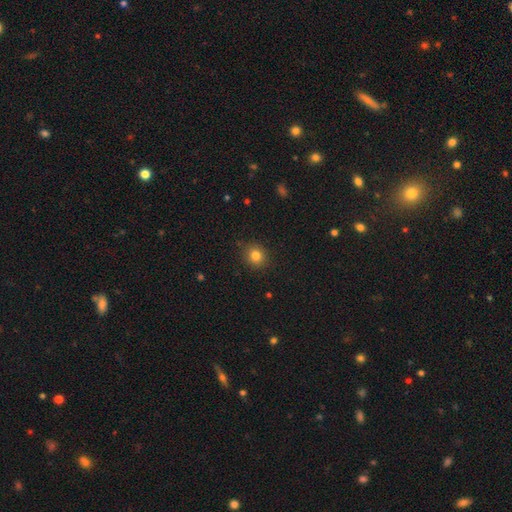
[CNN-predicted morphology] smooth-or-featured: smooth: 82% | star or artifact: 13% | featured or disk: 6%
  how-rounded: round: 85% | in between: 14% | cigar-shaped: 1%
  merging: none: 89% | minor disturbance: 8% | major disturbance: 2% | merger: 1%